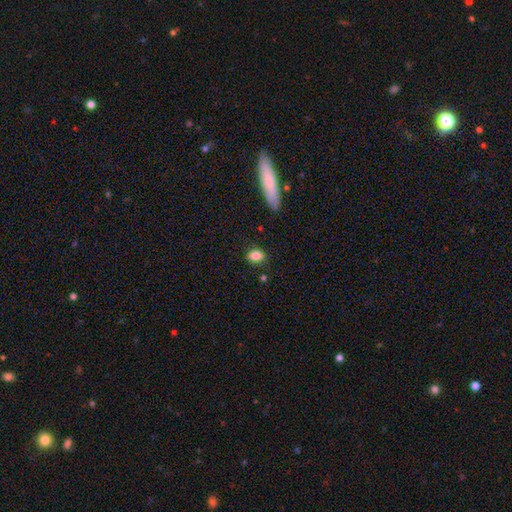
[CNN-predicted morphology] Overall: smooth (84%). How rounded: in between (73%). Merging: none (82%).